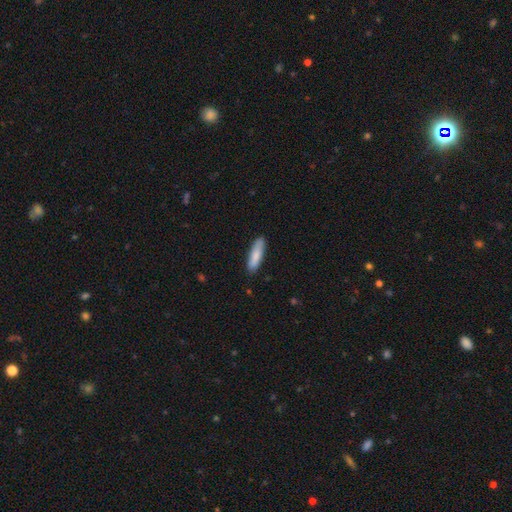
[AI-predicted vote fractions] Morphology: type=smooth (83%); roundness=cigar-shaped (65%); merging=none (87%).